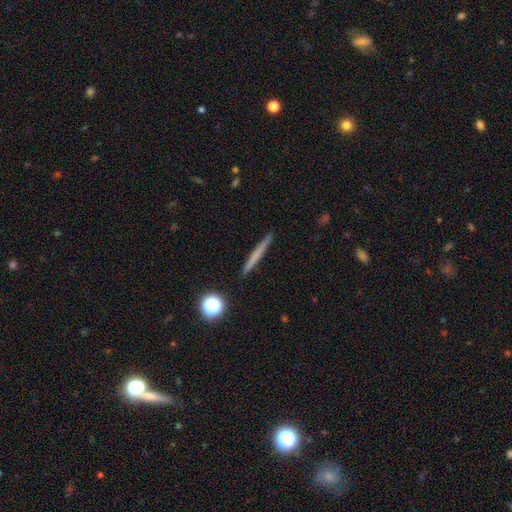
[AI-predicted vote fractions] Smooth or featured? Predicted: smooth (p=0.54). How rounded? Predicted: cigar-shaped (p=0.95). Merging? Predicted: none (p=0.91).